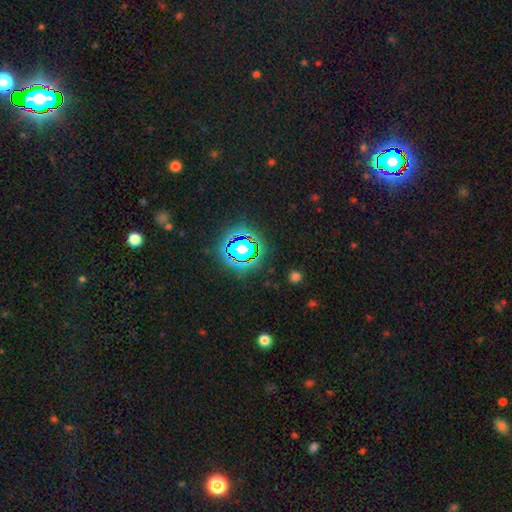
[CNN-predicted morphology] A star or artifact, not a galaxy (80%).

Vote fractions:
- Smooth or featured? star or artifact: 80% / smooth: 12% / featured or disk: 7%